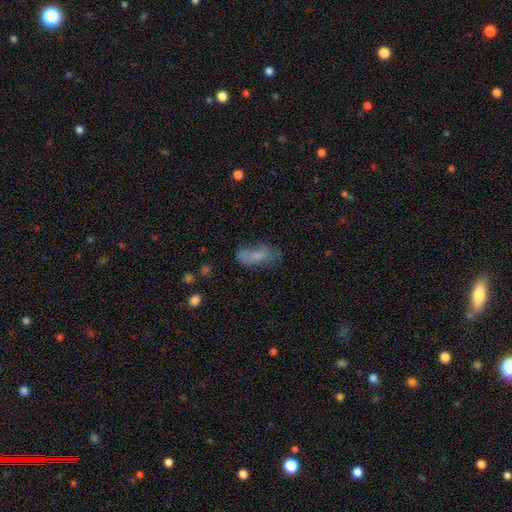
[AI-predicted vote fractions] Smooth or featured?
  - smooth: 68% *
  - featured or disk: 20%
  - star or artifact: 12%
How rounded?
  - in between: 82% *
  - cigar-shaped: 14%
  - round: 4%
Merging?
  - none: 45% *
  - minor disturbance: 28%
  - major disturbance: 19%
  - merger: 8%